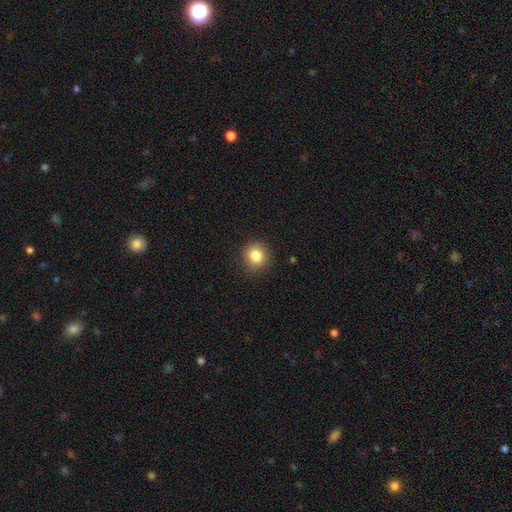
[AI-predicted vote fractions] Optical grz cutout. It shows a smooth galaxy with no disk features (84%) that is round (86%). Merging: none (89%).